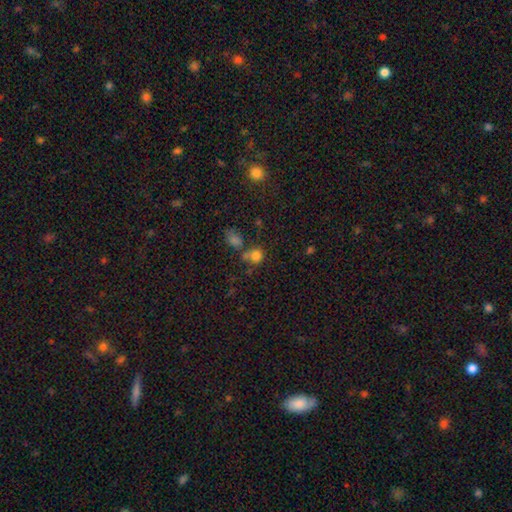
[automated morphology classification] The model was most divided on "merging": none: 56%, merger: 24%, minor disturbance: 14%, major disturbance: 7%. More confident: how rounded — round (82%); smooth or featured — smooth (78%).